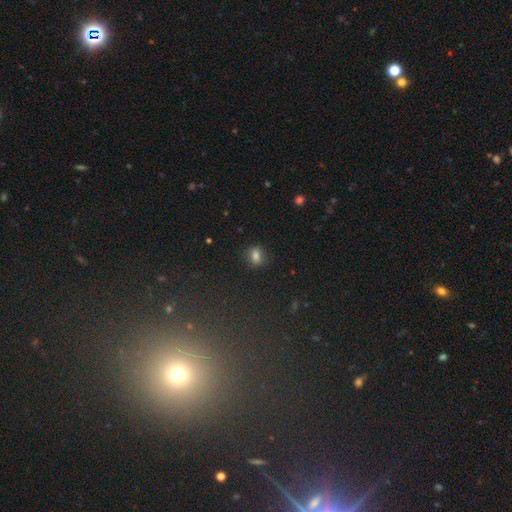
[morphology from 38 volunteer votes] A smooth galaxy with no disk features (84%) that is in between round and cigar-shaped (72%).

Vote fractions:
- Smooth or featured? smooth: 84% / featured or disk: 8% / star or artifact: 8%
- How rounded? in between: 72% / round: 25% / cigar-shaped: 3%
- Merging? none: 94% / minor disturbance: 6% / major disturbance: 0% / merger: 0%